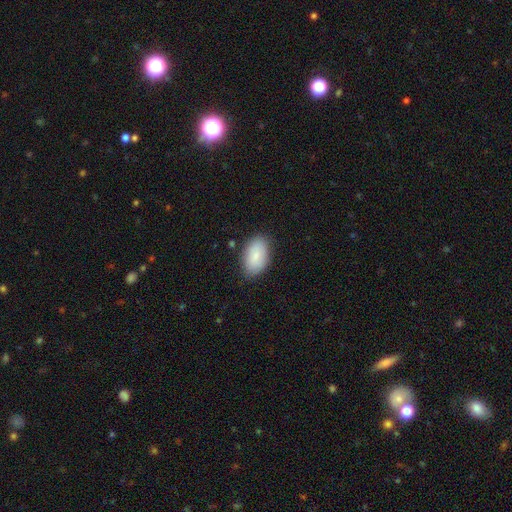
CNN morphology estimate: smooth 84%, featured or disk 9%, star or artifact 6%. Down the decision tree: how rounded — in between (94%); merging — none (82%).